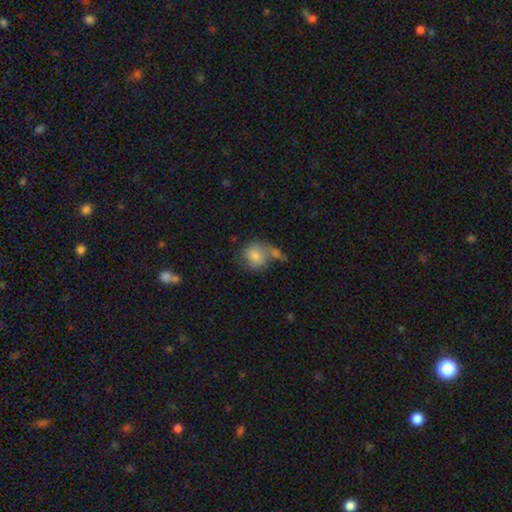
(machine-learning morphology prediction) The model was most divided on "merging": merger: 39%, none: 33%, minor disturbance: 17%, major disturbance: 12%. More confident: how rounded — round (76%); smooth or featured — smooth (69%).